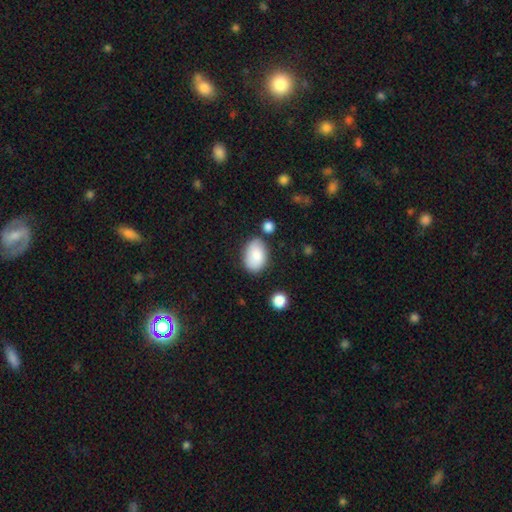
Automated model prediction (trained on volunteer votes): This is clearly a smooth galaxy (83%). How rounded: clearly in between (87%). Merging: likely none (70%).